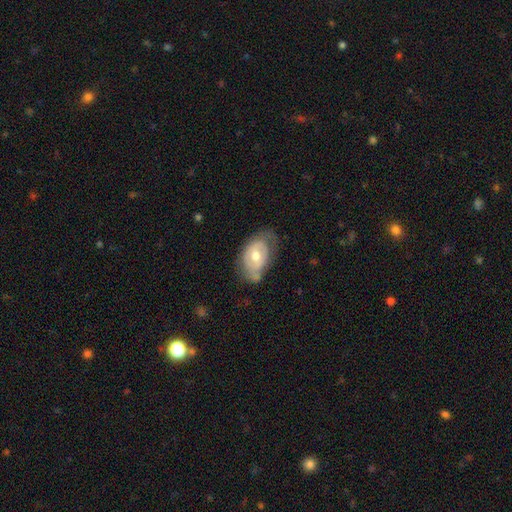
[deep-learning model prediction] This is possibly a featured or disk galaxy (49%). Merging: marginally none (45%).